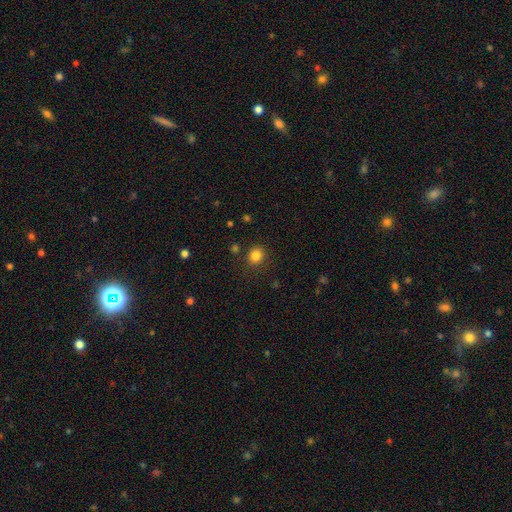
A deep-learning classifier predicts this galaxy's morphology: Smooth or featured? smooth (83%)
How rounded? round (84%)
Merging? none (87%)